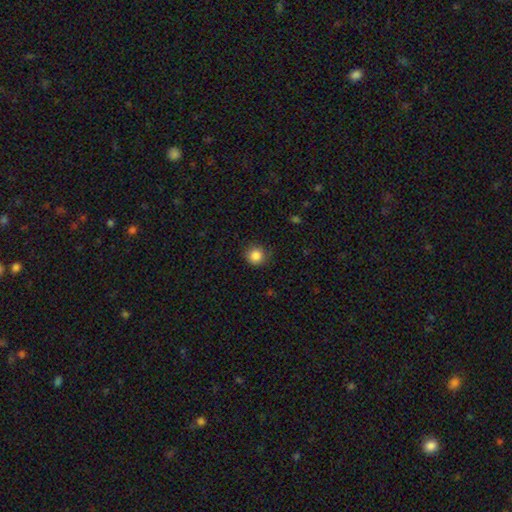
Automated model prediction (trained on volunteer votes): smooth_or_featured: smooth (p=0.86) [alt: star or artifact p=0.10]
how_rounded: round (p=0.92) [alt: in between p=0.07]
merging: none (p=0.83) [alt: minor disturbance p=0.13]